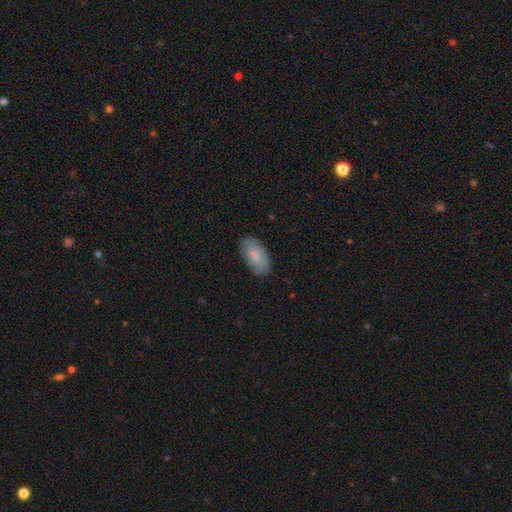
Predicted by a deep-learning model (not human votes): Smooth or featured?
  - smooth: 83% *
  - featured or disk: 11%
  - star or artifact: 6%
How rounded?
  - in between: 93% *
  - cigar-shaped: 4%
  - round: 2%
Merging?
  - none: 85% *
  - minor disturbance: 11%
  - major disturbance: 2%
  - merger: 1%